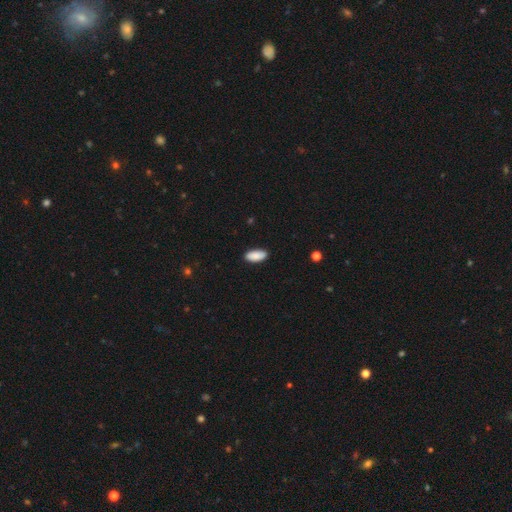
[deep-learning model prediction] Smooth or featured?
  - smooth: 90% *
  - star or artifact: 6%
  - featured or disk: 4%
How rounded?
  - in between: 89% *
  - cigar-shaped: 9%
  - round: 2%
Merging?
  - none: 89% *
  - minor disturbance: 8%
  - major disturbance: 2%
  - merger: 1%